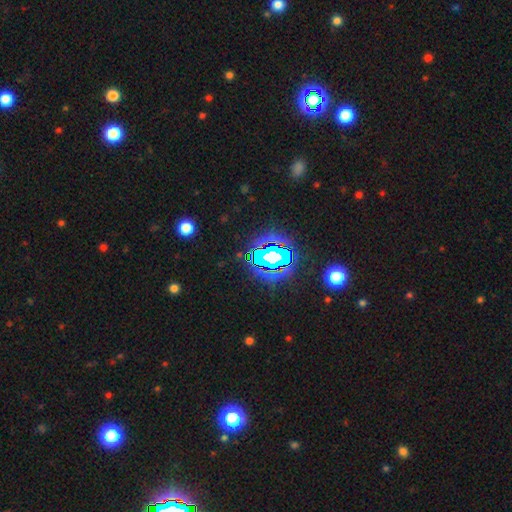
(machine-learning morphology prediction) smooth-or-featured: star or artifact: 69% | smooth: 17% | featured or disk: 14%